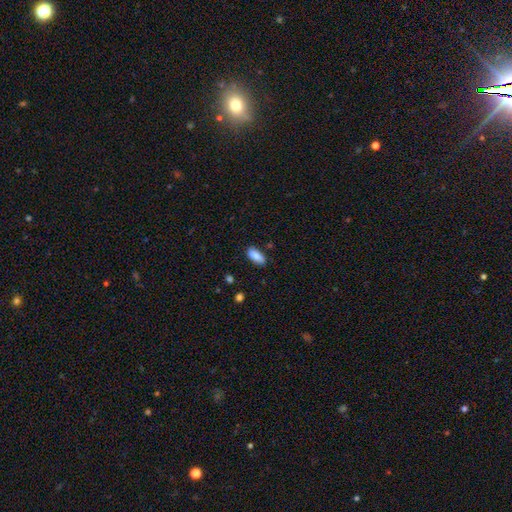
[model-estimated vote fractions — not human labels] smooth-or-featured: smooth: 88% | star or artifact: 7% | featured or disk: 5%
  how-rounded: in between: 81% | cigar-shaped: 17% | round: 2%
  merging: none: 82% | minor disturbance: 13% | major disturbance: 3% | merger: 2%